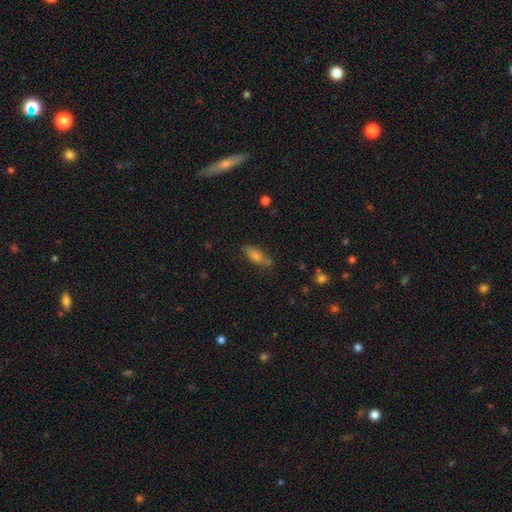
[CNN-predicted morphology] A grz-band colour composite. It shows a smooth galaxy with no disk features (58%) that is cigar-shaped (50%). Merging: none (71%).